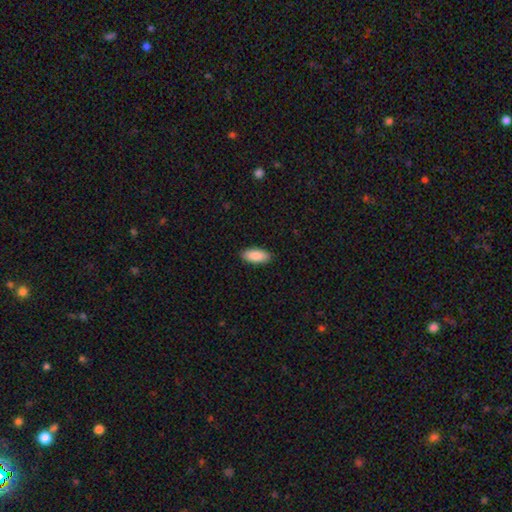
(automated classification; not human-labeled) This is clearly a smooth galaxy (89%). How rounded: clearly in between (86%). Merging: clearly none (90%).